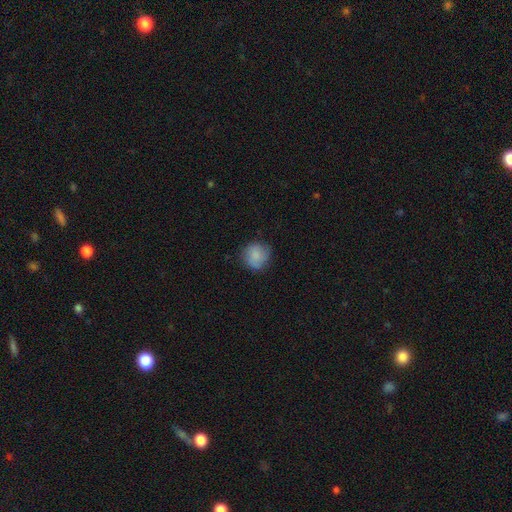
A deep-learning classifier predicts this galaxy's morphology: Overall: smooth (83%). How rounded: round (87%). Merging: none (75%).